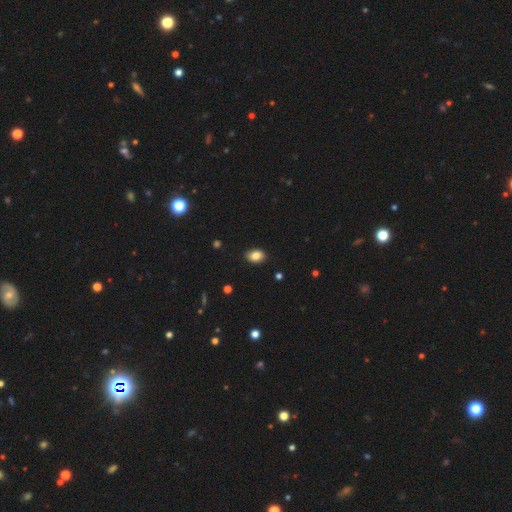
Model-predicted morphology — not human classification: A smooth galaxy with no disk features (85%) that is in between round and cigar-shaped (80%).

Vote fractions:
- Smooth or featured? smooth: 85% / star or artifact: 9% / featured or disk: 6%
- How rounded? in between: 80% / round: 19% / cigar-shaped: 1%
- Merging? none: 88% / minor disturbance: 9% / major disturbance: 2% / merger: 1%